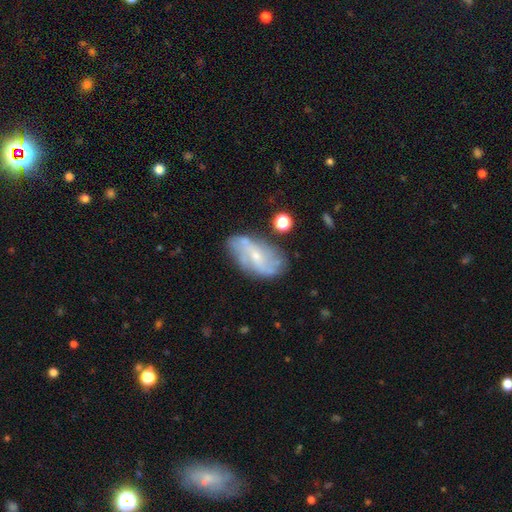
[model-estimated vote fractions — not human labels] Smooth or featured: featured or disk — 71% (smooth — 21%)
Edge-on disk: no — 93% (yes — 7%)
Bar: no — 46% (weak — 41%)
Spiral arms: yes — 81% (no — 19%)
Spiral winding: loose — 54% (medium — 31%)
Spiral arm count: 2 — 50% (can't tell — 27%)
Bulge size: small — 72% (moderate — 21%)
Merging: none — 64% (minor disturbance — 21%)